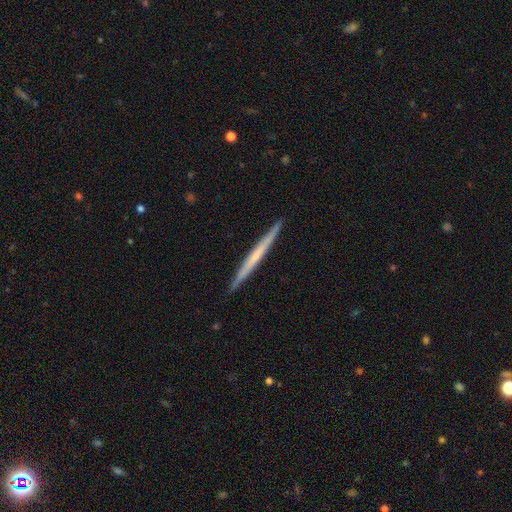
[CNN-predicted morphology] A featured or disk galaxy (56%) viewed edge-on (98%) with no central bulge (76%). Merging: none (92%).